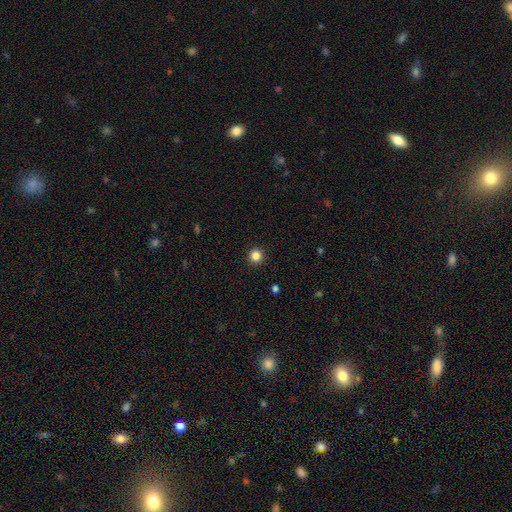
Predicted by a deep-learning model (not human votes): smooth_or_featured: smooth (p=0.84) [alt: star or artifact p=0.12]
how_rounded: round (p=0.96) [alt: in between p=0.03]
merging: none (p=0.93) [alt: minor disturbance p=0.04]